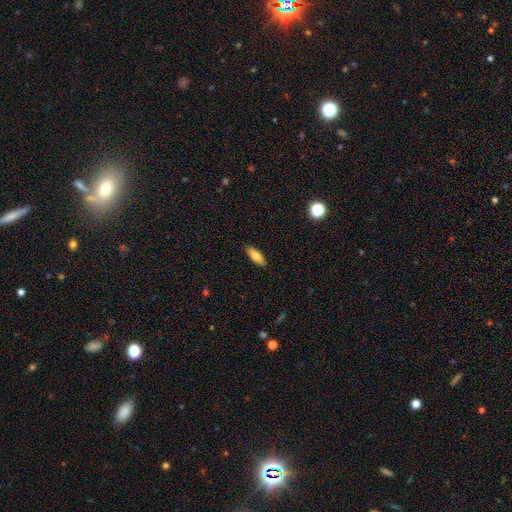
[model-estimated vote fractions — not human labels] A smooth galaxy with no disk features (77%) that is in between round and cigar-shaped (70%).

Vote fractions:
- Smooth or featured? smooth: 77% / featured or disk: 16% / star or artifact: 7%
- How rounded? in between: 70% / cigar-shaped: 27% / round: 2%
- Merging? none: 88% / minor disturbance: 9% / major disturbance: 2% / merger: 1%